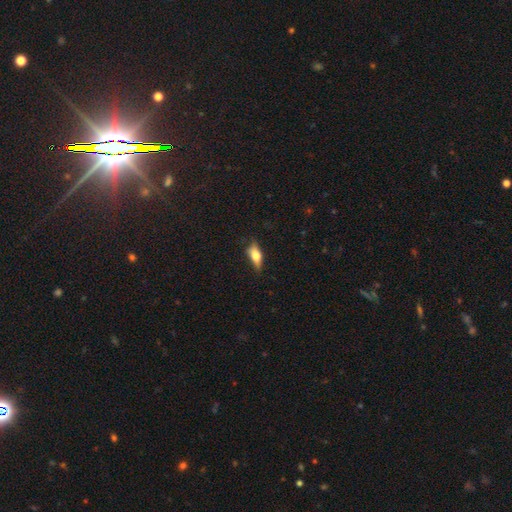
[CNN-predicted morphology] Smooth or featured: smooth — 62% (featured or disk — 31%)
How rounded: in between — 70% (cigar-shaped — 25%)
Merging: none — 68% (minor disturbance — 24%)